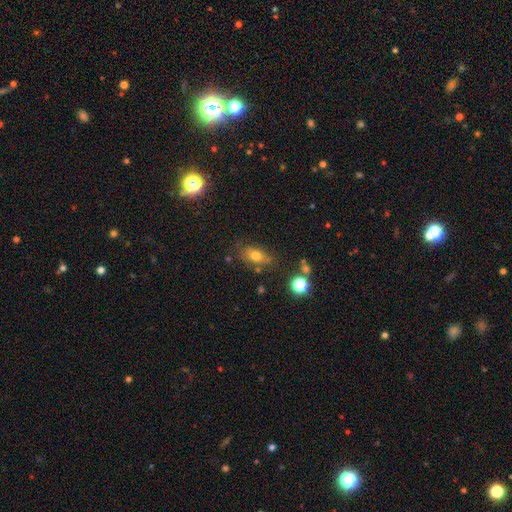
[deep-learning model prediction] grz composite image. It shows a smooth galaxy with no disk features (72%) that is in between round and cigar-shaped (78%). Merging: none (68%).